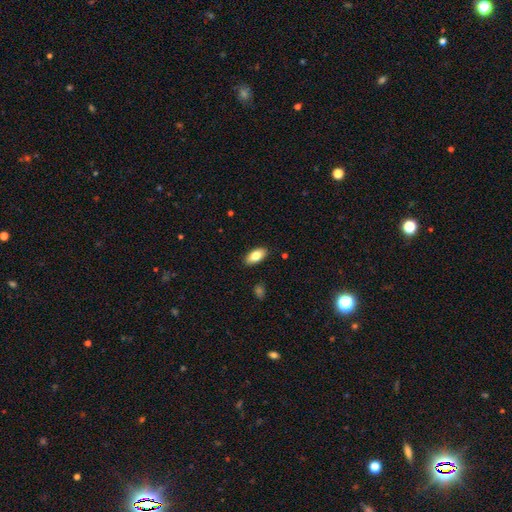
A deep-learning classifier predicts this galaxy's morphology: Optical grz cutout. It shows a smooth galaxy with no disk features (80%) that is in between round and cigar-shaped (91%). Merging: none (89%).